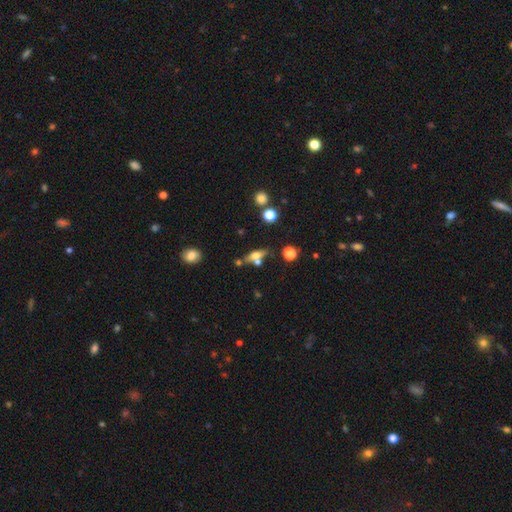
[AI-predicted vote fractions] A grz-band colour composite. It shows a smooth galaxy with no disk features (44%, tied with featured or disk). Merging: none (57%).